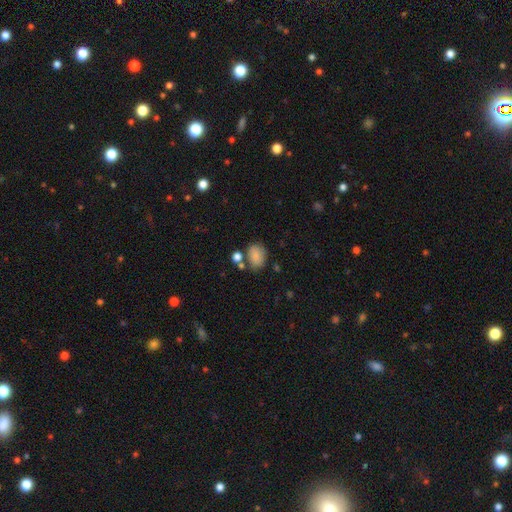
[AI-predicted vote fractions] smooth-or-featured: smooth: 78% | featured or disk: 12% | star or artifact: 10%
  how-rounded: in between: 66% | round: 33% | cigar-shaped: 1%
  merging: none: 59% | minor disturbance: 20% | merger: 14% | major disturbance: 7%